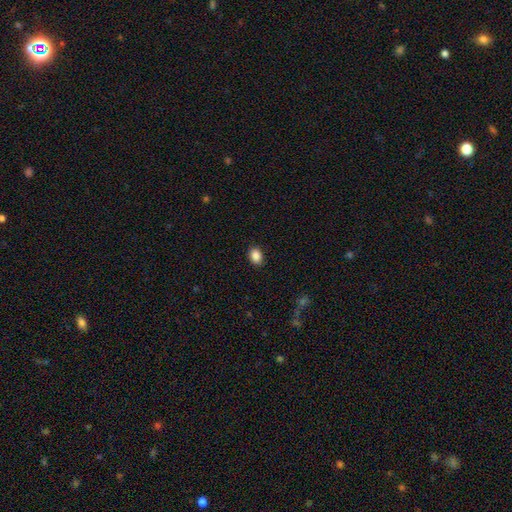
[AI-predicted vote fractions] Overall: smooth (88%). How rounded: in between (69%; round 30%). Merging: none (89%).